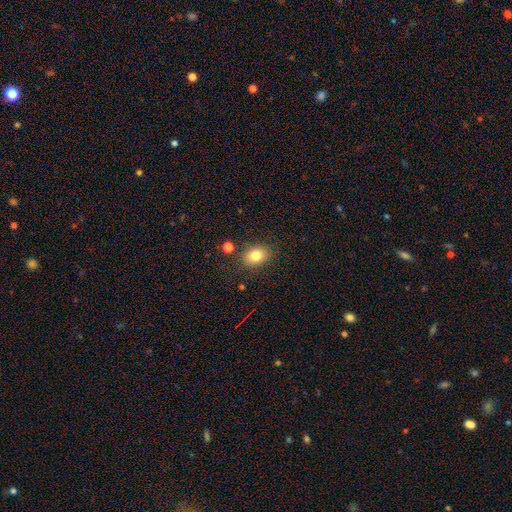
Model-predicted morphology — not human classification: Smooth or featured?
  - smooth: 81% *
  - star or artifact: 11%
  - featured or disk: 9%
How rounded?
  - in between: 68% *
  - round: 31%
  - cigar-shaped: 1%
Merging?
  - none: 82% *
  - minor disturbance: 11%
  - merger: 4%
  - major disturbance: 3%